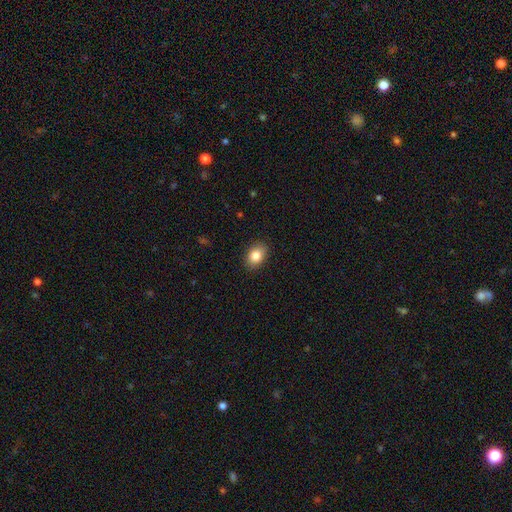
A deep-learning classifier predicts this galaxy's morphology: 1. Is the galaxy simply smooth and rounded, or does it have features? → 84% smooth, 8% star or artifact, 7% featured or disk.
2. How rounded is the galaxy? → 76% in between, 23% round, 1% cigar-shaped.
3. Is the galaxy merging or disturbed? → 88% none, 8% minor disturbance, 2% major disturbance, 1% merger.